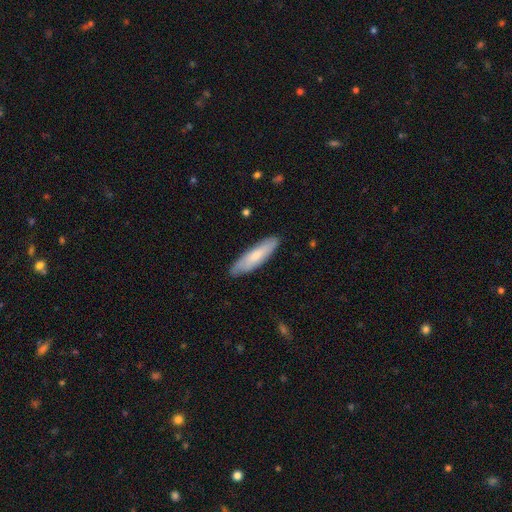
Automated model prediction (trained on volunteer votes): smooth-or-featured: smooth: 72% | featured or disk: 23% | star or artifact: 5%
  how-rounded: cigar-shaped: 66% | in between: 33% | round: 1%
  merging: none: 86% | minor disturbance: 11% | major disturbance: 2% | merger: 1%